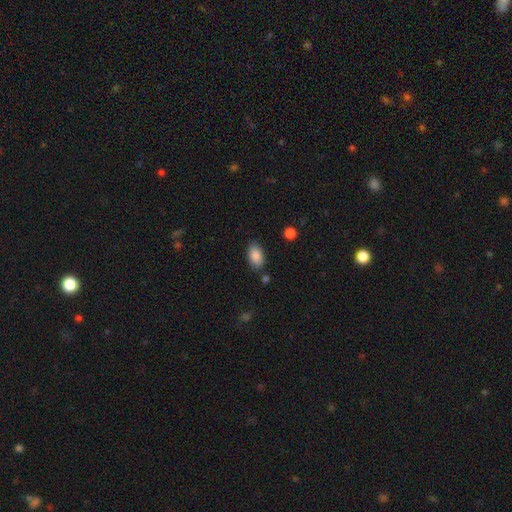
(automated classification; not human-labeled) smooth_or_featured: smooth (p=0.87) [alt: star or artifact p=0.07]
how_rounded: in between (p=0.93) [alt: round p=0.05]
merging: none (p=0.81) [alt: minor disturbance p=0.12]